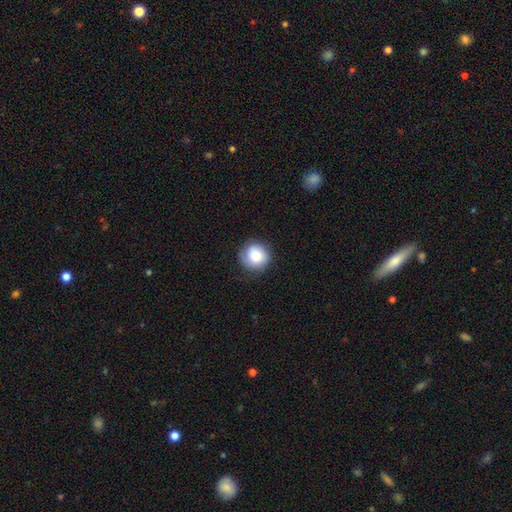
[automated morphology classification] Q: Smooth or featured?
A: smooth (81%); runner-up: featured or disk (11%)
Q: How rounded?
A: round (91%); runner-up: in between (8%)
Q: Merging?
A: none (79%); runner-up: minor disturbance (16%)